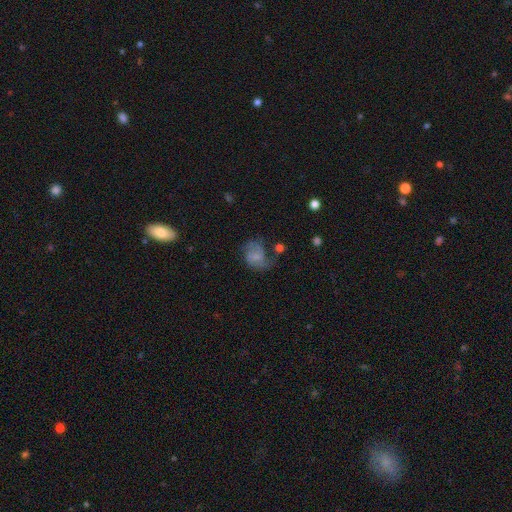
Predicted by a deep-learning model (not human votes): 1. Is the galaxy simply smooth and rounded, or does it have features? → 46% smooth, 43% featured or disk, 11% star or artifact.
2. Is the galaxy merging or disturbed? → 36% none, 32% major disturbance, 26% minor disturbance, 6% merger.